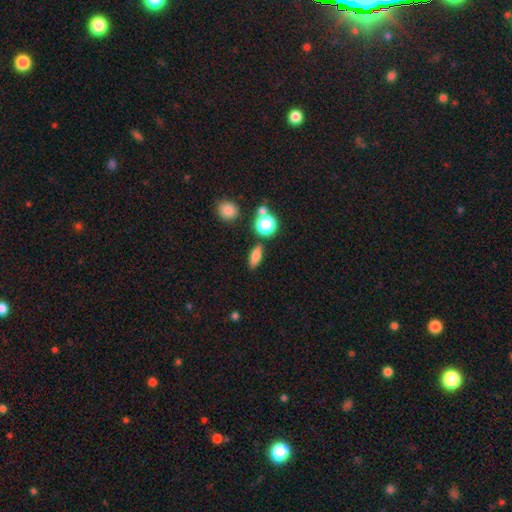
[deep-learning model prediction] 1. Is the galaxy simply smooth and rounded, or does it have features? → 77% smooth, 13% star or artifact, 10% featured or disk.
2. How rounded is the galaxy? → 60% in between, 25% cigar-shaped, 15% round.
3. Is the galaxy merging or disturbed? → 83% none, 9% minor disturbance, 4% merger, 3% major disturbance.